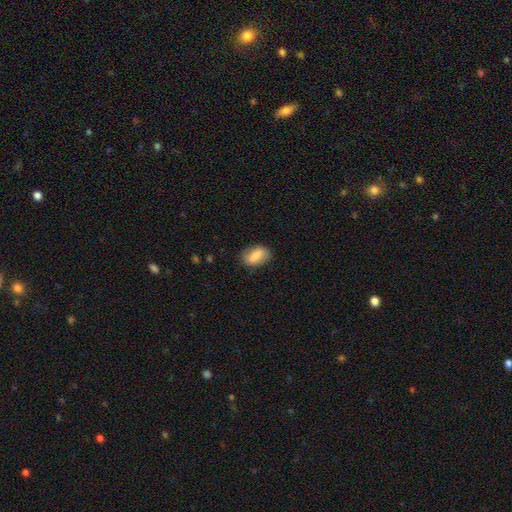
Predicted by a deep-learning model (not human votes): A smooth galaxy with no disk features (73%) that is in between round and cigar-shaped (86%). Merging: none (81%).